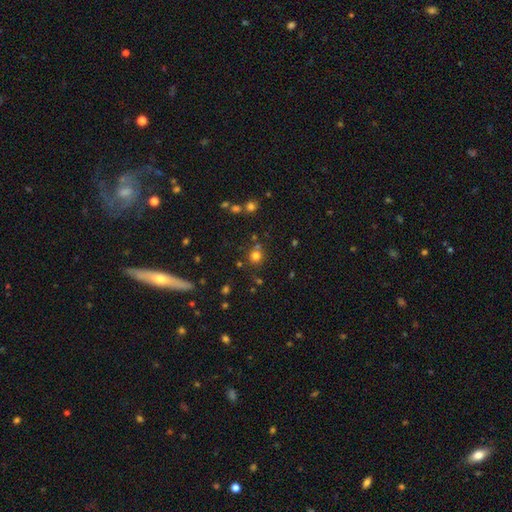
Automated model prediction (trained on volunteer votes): A smooth galaxy with no disk features (74%) that is round (90%).

Vote fractions:
- Smooth or featured? smooth: 74% / star or artifact: 19% / featured or disk: 7%
- How rounded? round: 90% / in between: 9% / cigar-shaped: 1%
- Merging? none: 75% / merger: 12% / minor disturbance: 9% / major disturbance: 3%